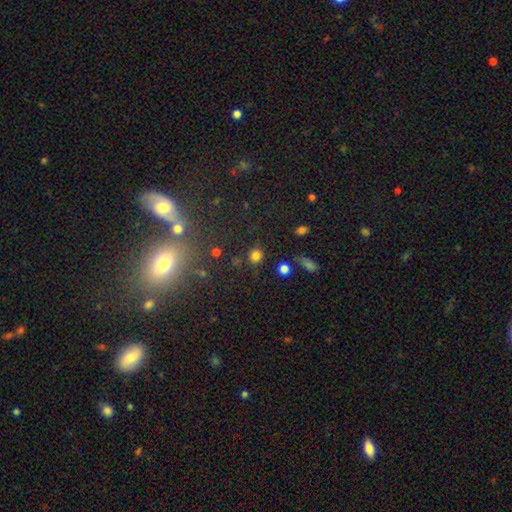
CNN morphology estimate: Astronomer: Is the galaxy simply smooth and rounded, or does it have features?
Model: smooth — 80%.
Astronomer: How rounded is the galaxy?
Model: round — 84%.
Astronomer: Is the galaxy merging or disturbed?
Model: none — 80%.